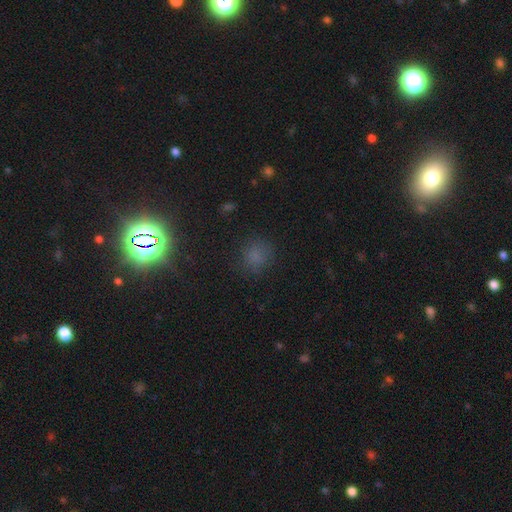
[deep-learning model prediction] smooth_or_featured: smooth (p=0.67) [alt: star or artifact p=0.26]
how_rounded: round (p=0.77) [alt: in between p=0.22]
merging: none (p=0.78) [alt: minor disturbance p=0.14]